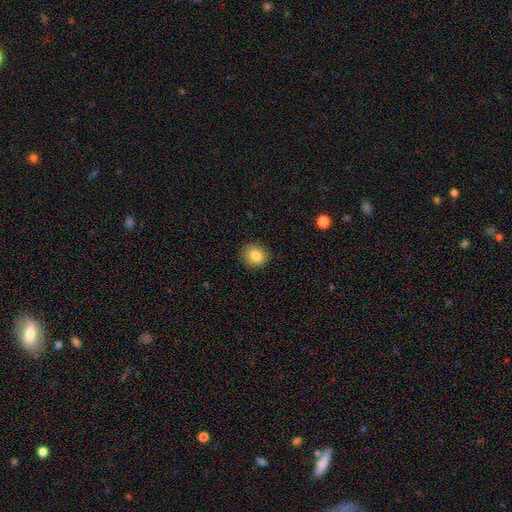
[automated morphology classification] This is clearly a smooth galaxy (84%). How rounded: likely round (77%). Merging: clearly none (89%).